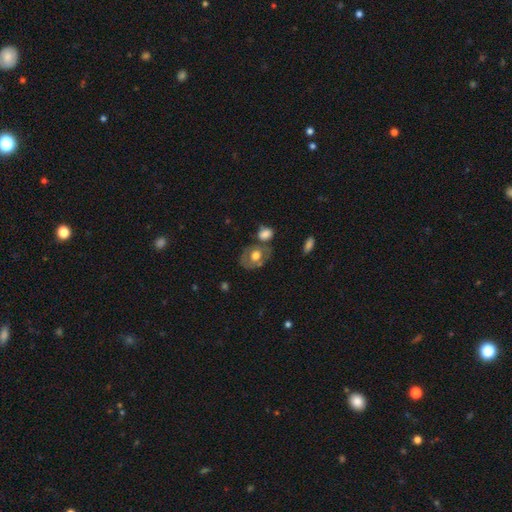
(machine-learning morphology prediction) Smooth or featured: smooth — 50% (featured or disk — 42%)
How rounded: in between — 59% (round — 40%)
Merging: none — 51% (merger — 22%)